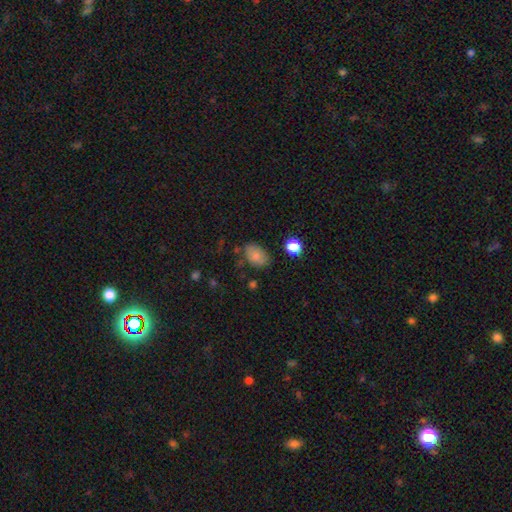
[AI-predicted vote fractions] A smooth galaxy with no disk features (81%) that is in between round and cigar-shaped (85%). Merging: none (72%).